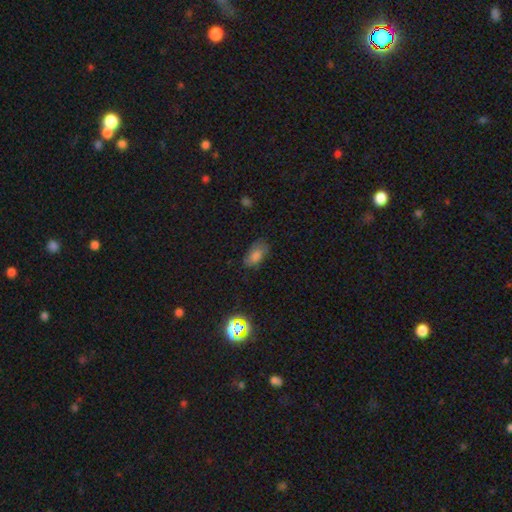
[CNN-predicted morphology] A smooth galaxy with no disk features (70%) that is in between round and cigar-shaped (90%).

Vote fractions:
- Smooth or featured? smooth: 70% / star or artifact: 15% / featured or disk: 15%
- How rounded? in between: 90% / round: 6% / cigar-shaped: 4%
- Merging? none: 68% / minor disturbance: 23% / major disturbance: 7% / merger: 2%